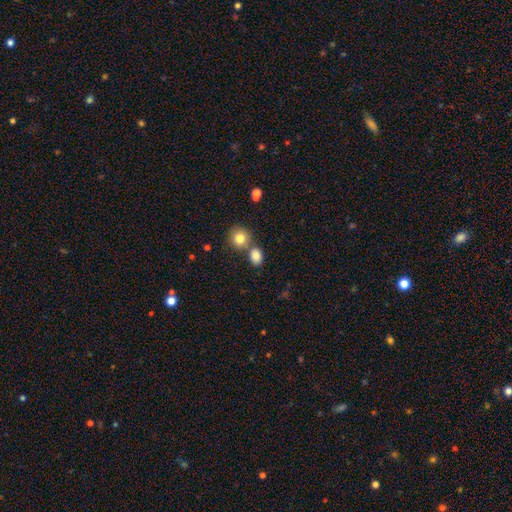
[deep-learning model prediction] smooth 83%, star or artifact 10%, featured or disk 7%. Down the decision tree: how rounded — in between (57%); merging — none (58%).